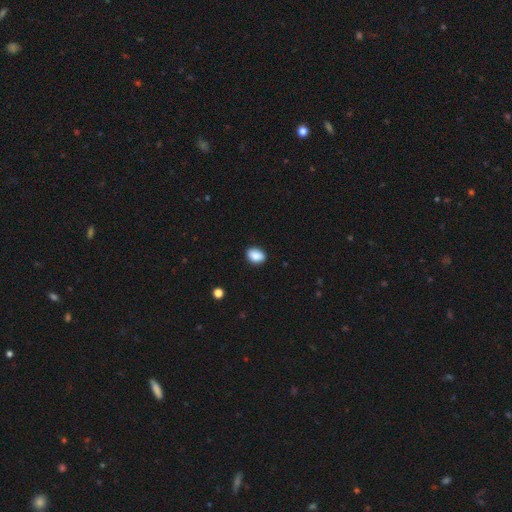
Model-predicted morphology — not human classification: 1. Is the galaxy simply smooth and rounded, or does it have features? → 87% smooth, 8% star or artifact, 5% featured or disk.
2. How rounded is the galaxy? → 76% in between, 22% round, 1% cigar-shaped.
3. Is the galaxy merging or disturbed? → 86% none, 10% minor disturbance, 2% major disturbance, 1% merger.